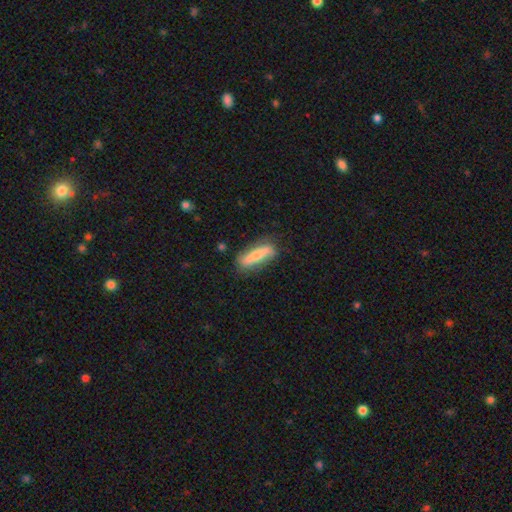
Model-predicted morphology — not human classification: Overall: smooth (57%; featured or disk 37%). How rounded: cigar-shaped (66%; in between 32%). Merging: none (77%).